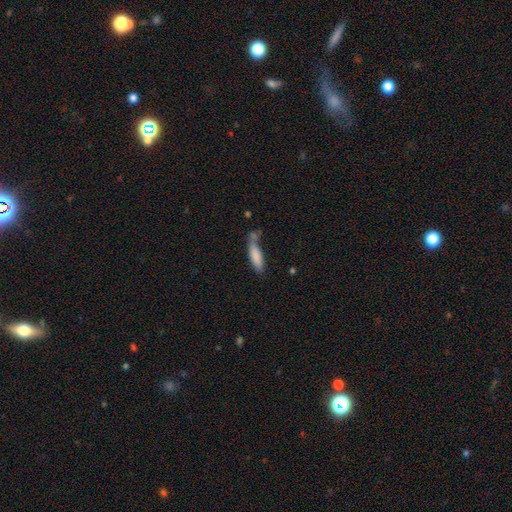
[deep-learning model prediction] The model was most divided on "how rounded": cigar-shaped: 61%, in between: 38%, round: 2%. Remaining: smooth or featured — smooth (82%); merging — none (49%).